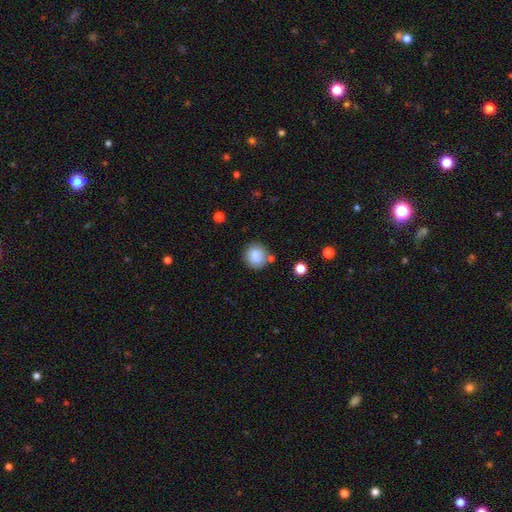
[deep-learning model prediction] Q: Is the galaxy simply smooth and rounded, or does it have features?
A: smooth — 84%.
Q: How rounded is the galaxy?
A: round — 86%.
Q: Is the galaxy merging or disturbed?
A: none — 76%.